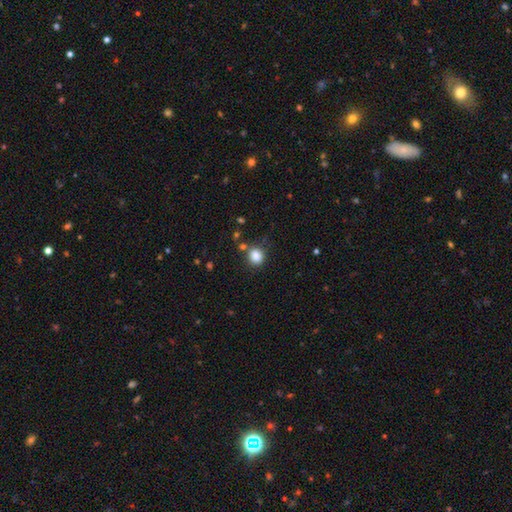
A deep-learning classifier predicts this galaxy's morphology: smooth 85%, star or artifact 11%, featured or disk 4%. Down the decision tree: how rounded — round (73%); merging — none (78%).